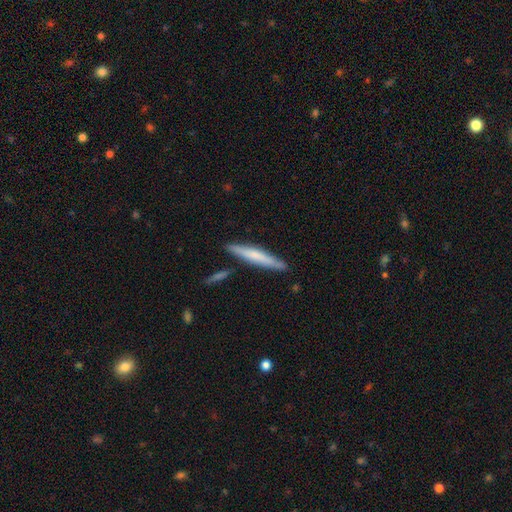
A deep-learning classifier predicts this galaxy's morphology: Smooth or featured: smooth — 58% (featured or disk — 36%)
How rounded: cigar-shaped — 94% (in between — 5%)
Merging: none — 84% (minor disturbance — 11%)